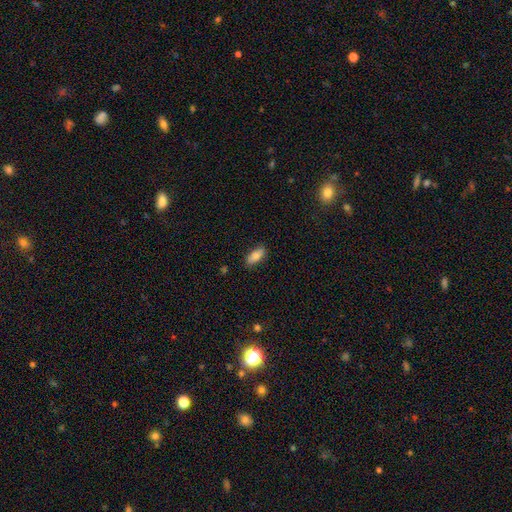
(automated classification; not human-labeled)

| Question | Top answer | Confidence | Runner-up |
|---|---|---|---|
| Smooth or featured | smooth | 80% | featured or disk (13%) |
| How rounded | in between | 84% | cigar-shaped (14%) |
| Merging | none | 85% | minor disturbance (11%) |